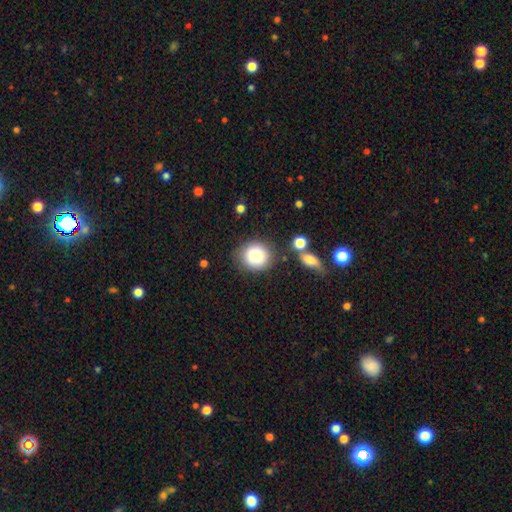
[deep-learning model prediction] This is clearly a smooth galaxy (84%). How rounded: clearly round (85%). Merging: likely none (76%).